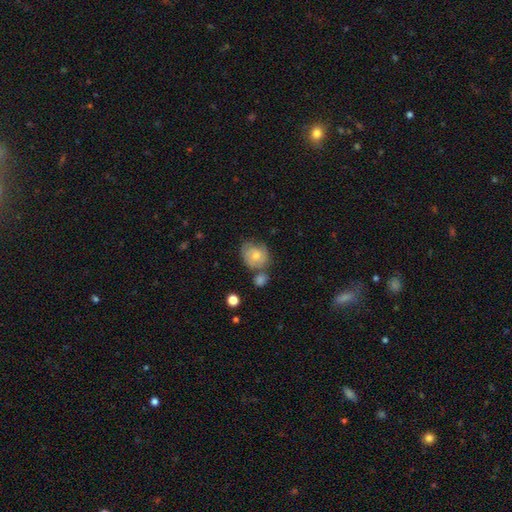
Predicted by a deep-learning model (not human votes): smooth_or_featured: smooth (p=0.56) [alt: featured or disk p=0.34]
how_rounded: round (p=0.70) [alt: in between p=0.28]
merging: none (p=0.54) [alt: minor disturbance p=0.21]